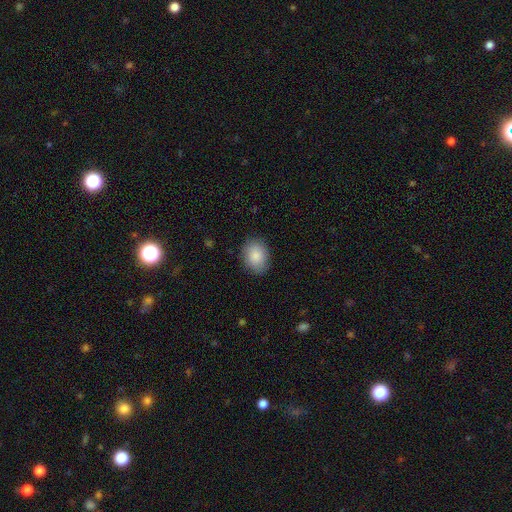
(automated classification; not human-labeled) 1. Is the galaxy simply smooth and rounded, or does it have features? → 88% smooth, 7% star or artifact, 6% featured or disk.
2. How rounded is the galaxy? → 65% in between, 34% round, 1% cigar-shaped.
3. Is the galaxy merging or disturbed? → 86% none, 10% minor disturbance, 3% major disturbance, 1% merger.